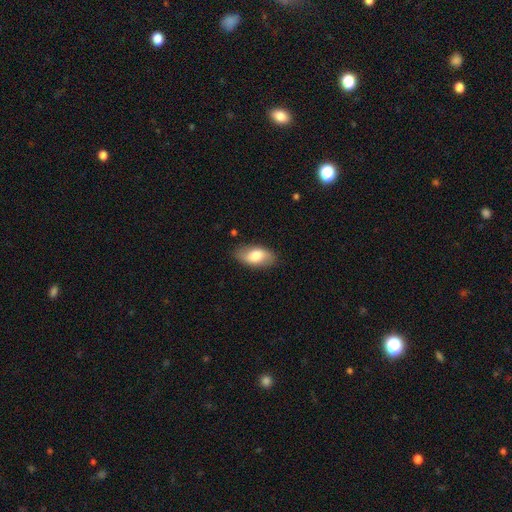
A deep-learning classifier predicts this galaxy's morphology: Smooth or featured? Predicted: smooth (p=0.67). How rounded? Predicted: in between (p=0.92). Merging? Predicted: none (p=0.82).